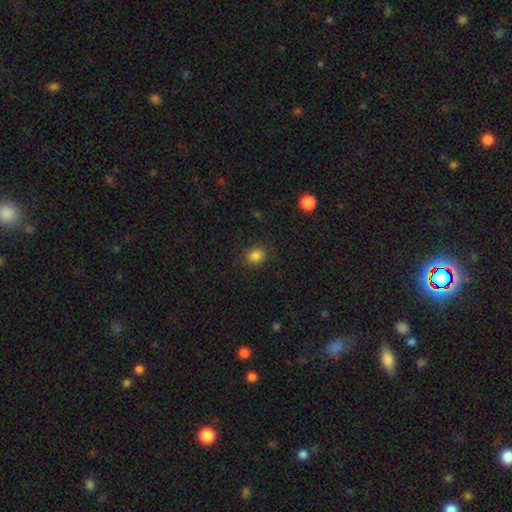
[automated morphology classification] A smooth galaxy with no disk features (85%) that is round (63%).

Vote fractions:
- Smooth or featured? smooth: 85% / star or artifact: 11% / featured or disk: 4%
- How rounded? round: 63% / in between: 36% / cigar-shaped: 1%
- Merging? none: 87% / minor disturbance: 9% / major disturbance: 3% / merger: 1%